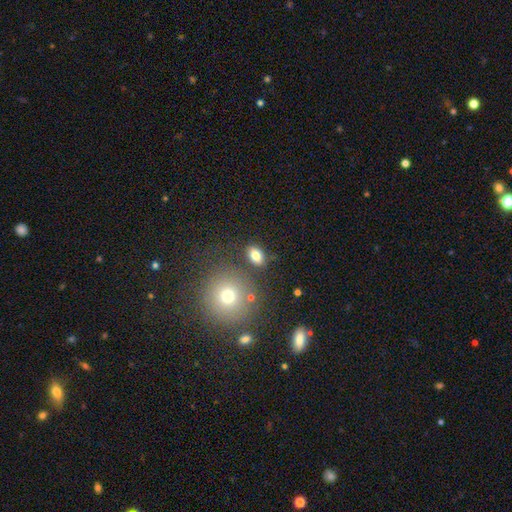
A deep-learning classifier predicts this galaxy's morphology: smooth-or-featured: smooth: 81% | star or artifact: 11% | featured or disk: 9%
  how-rounded: in between: 78% | round: 20% | cigar-shaped: 2%
  merging: none: 79% | minor disturbance: 11% | merger: 6% | major disturbance: 4%